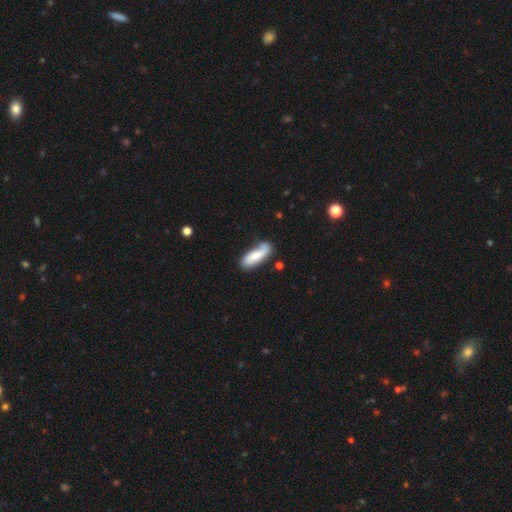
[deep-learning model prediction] Smooth or featured: smooth — 59% (featured or disk — 36%)
How rounded: in between — 64% (cigar-shaped — 34%)
Merging: none — 62% (minor disturbance — 25%)